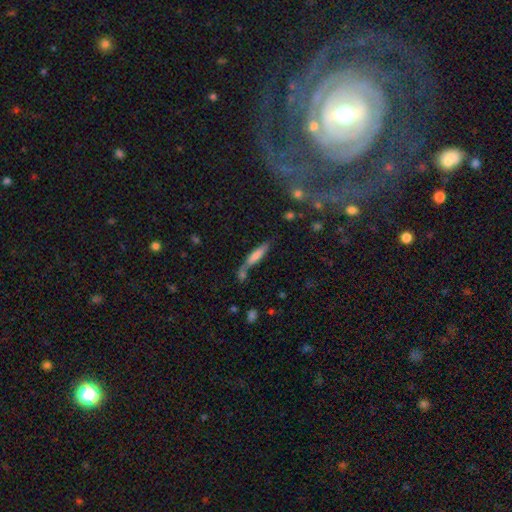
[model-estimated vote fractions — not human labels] Q: Smooth or featured?
A: smooth (66%); runner-up: featured or disk (26%)
Q: How rounded?
A: cigar-shaped (80%); runner-up: in between (18%)
Q: Merging?
A: none (50%); runner-up: merger (26%)